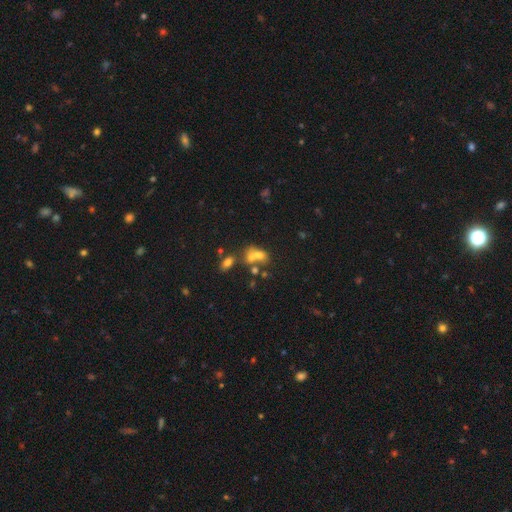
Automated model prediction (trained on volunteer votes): smooth-or-featured: smooth: 60% | featured or disk: 24% | star or artifact: 16%
  how-rounded: in between: 63% | round: 35% | cigar-shaped: 2%
  merging: merger: 58% | none: 26% | minor disturbance: 9% | major disturbance: 7%